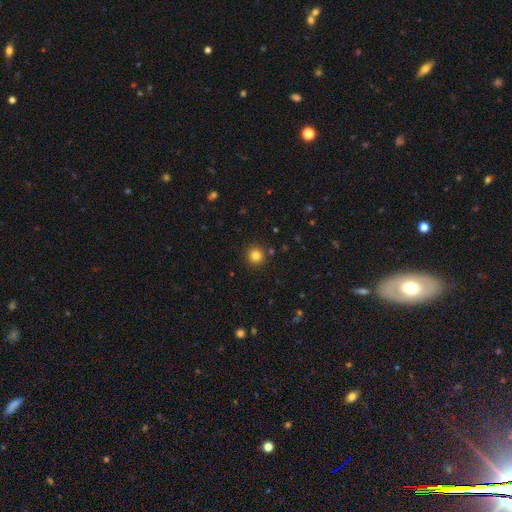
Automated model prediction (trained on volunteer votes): smooth 82%, star or artifact 13%, featured or disk 5%. Down the decision tree: how rounded — round (94%); merging — none (91%).